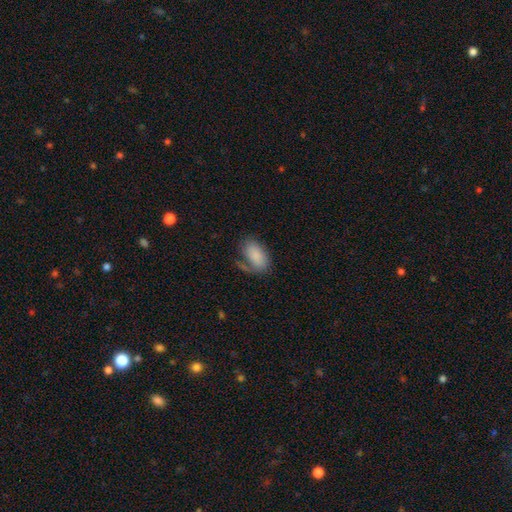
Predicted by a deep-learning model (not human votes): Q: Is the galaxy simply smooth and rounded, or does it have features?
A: smooth — 81%.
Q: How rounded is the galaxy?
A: in between — 93%.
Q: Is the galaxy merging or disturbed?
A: none — 54%.